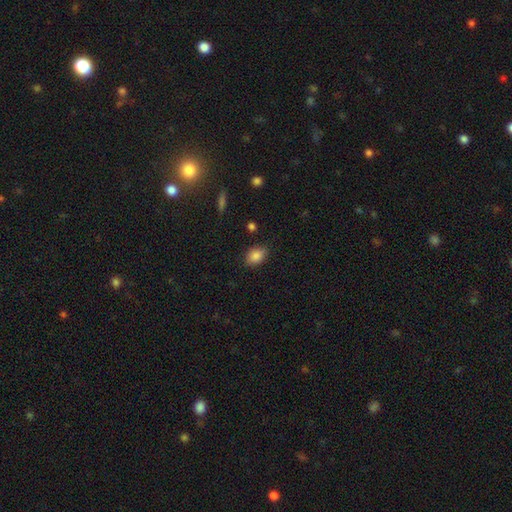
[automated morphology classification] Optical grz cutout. It shows a smooth galaxy with no disk features (86%) that is in between round and cigar-shaped (74%). Merging: none (81%).